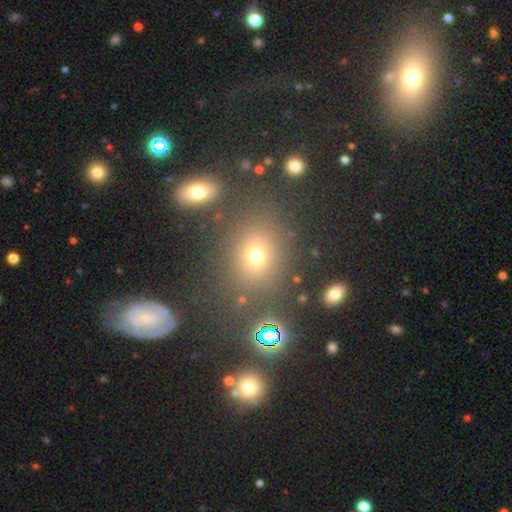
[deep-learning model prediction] A smooth galaxy with no disk features (64%) that is round (57%). Merging: none (77%).